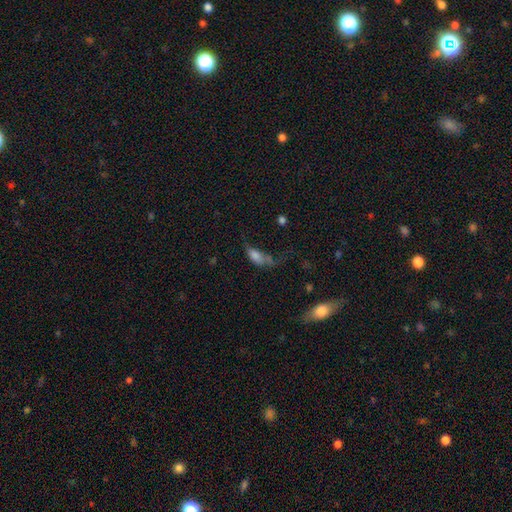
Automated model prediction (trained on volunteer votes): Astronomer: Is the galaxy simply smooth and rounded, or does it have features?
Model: smooth — 70%.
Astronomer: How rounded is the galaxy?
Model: in between — 82%.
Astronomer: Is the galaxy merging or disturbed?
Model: major disturbance — 48%.